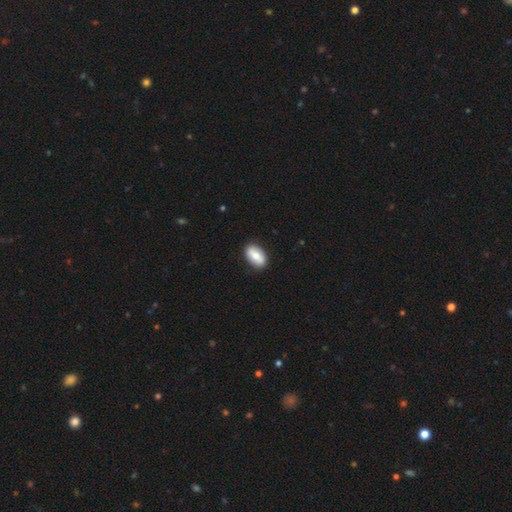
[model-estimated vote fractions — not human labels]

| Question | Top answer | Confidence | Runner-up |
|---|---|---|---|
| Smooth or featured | smooth | 72% | featured or disk (22%) |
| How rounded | in between | 92% | round (6%) |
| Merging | none | 88% | minor disturbance (9%) |